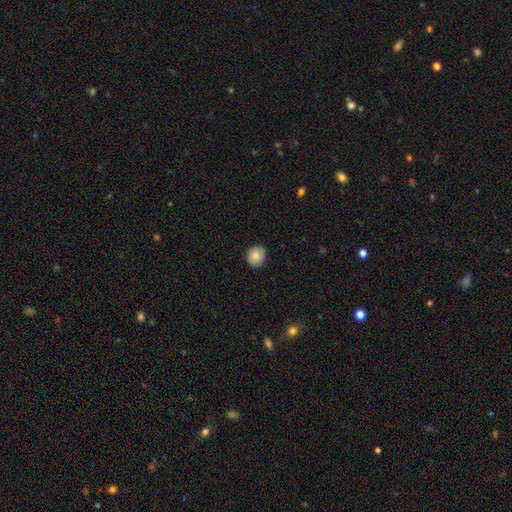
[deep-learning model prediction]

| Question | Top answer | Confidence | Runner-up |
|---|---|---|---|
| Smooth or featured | smooth | 83% | featured or disk (9%) |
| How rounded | round | 76% | in between (23%) |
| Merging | none | 83% | minor disturbance (14%) |